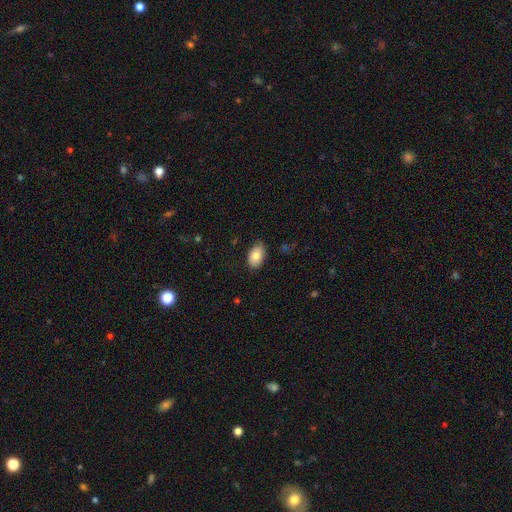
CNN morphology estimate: Smooth or featured: smooth — 82% (featured or disk — 11%)
How rounded: in between — 92% (round — 7%)
Merging: none — 82% (minor disturbance — 15%)